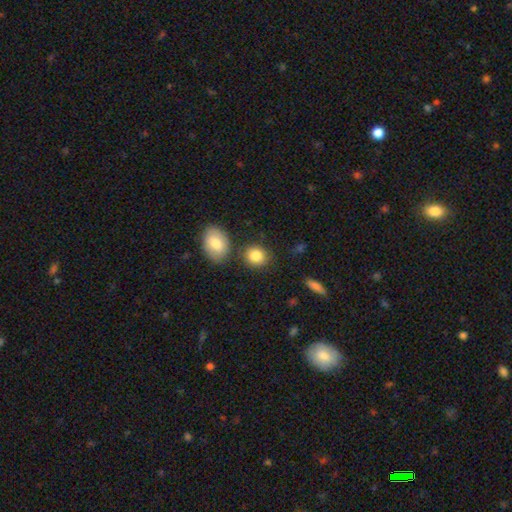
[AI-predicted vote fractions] Smooth or featured? Predicted: smooth (p=0.85). How rounded? Predicted: round (p=0.68). Merging? Predicted: none (p=0.75).